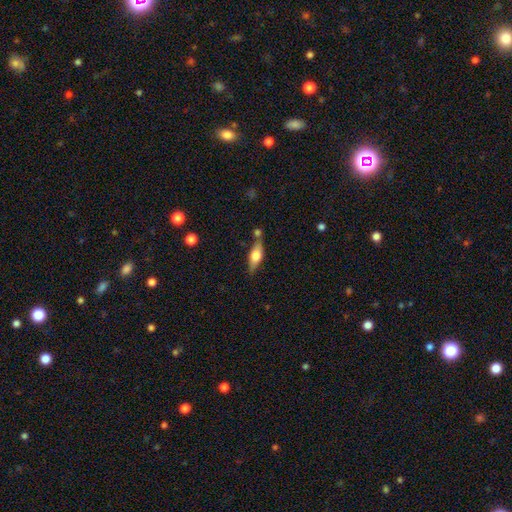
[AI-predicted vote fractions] Smooth or featured: smooth — 58% (featured or disk — 35%)
How rounded: in between — 65% (cigar-shaped — 32%)
Merging: none — 66% (minor disturbance — 18%)